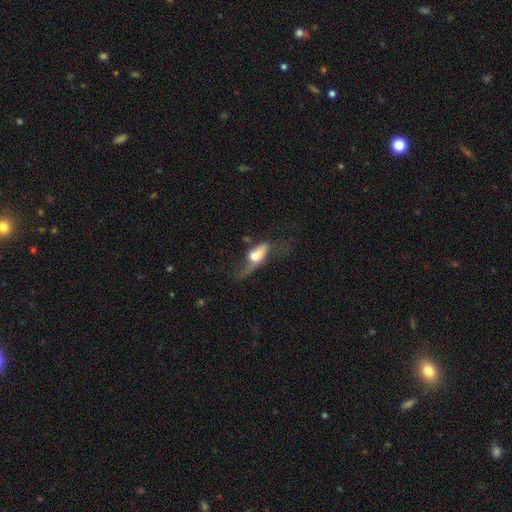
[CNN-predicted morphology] type=smooth (50%); roundness=in between (67%); merging=major disturbance (48%).